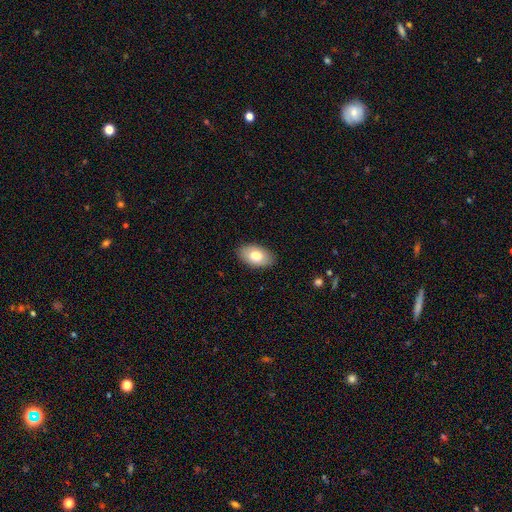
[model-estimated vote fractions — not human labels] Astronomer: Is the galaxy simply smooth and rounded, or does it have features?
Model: smooth — 80%.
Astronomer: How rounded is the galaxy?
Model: in between — 93%.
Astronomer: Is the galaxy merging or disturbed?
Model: none — 87%.